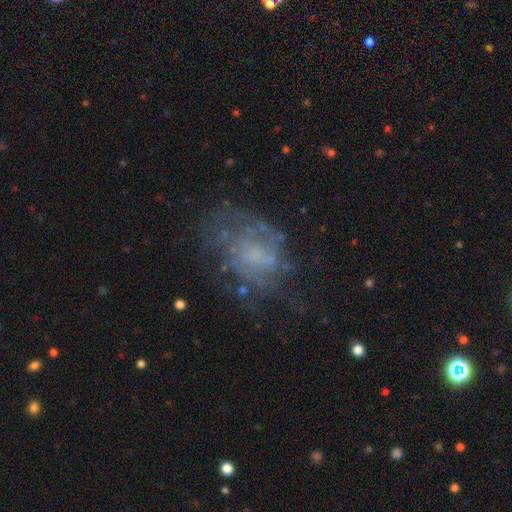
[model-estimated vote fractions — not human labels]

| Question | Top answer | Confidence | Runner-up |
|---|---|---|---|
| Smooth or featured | featured or disk | 62% | smooth (25%) |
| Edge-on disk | no | 97% | yes (3%) |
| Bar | no | 79% | weak (18%) |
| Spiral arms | yes | 54% | no (46%) |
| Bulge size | none | 47% | small (25%) |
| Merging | none | 51% | major disturbance (25%) |